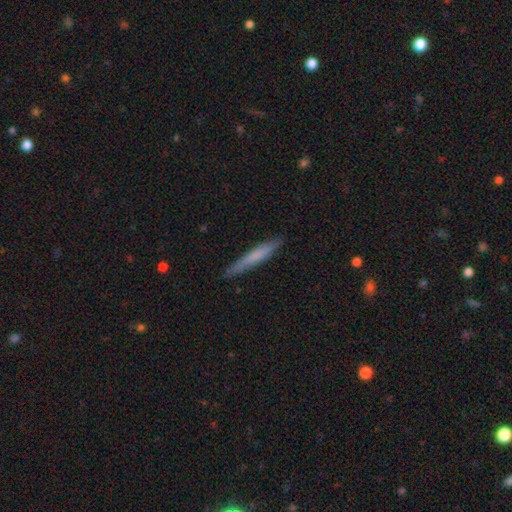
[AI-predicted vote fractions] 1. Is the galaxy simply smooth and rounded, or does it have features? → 64% smooth, 31% featured or disk, 6% star or artifact.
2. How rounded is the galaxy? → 95% cigar-shaped, 4% in between, 1% round.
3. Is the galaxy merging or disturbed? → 86% none, 11% minor disturbance, 2% major disturbance, 1% merger.